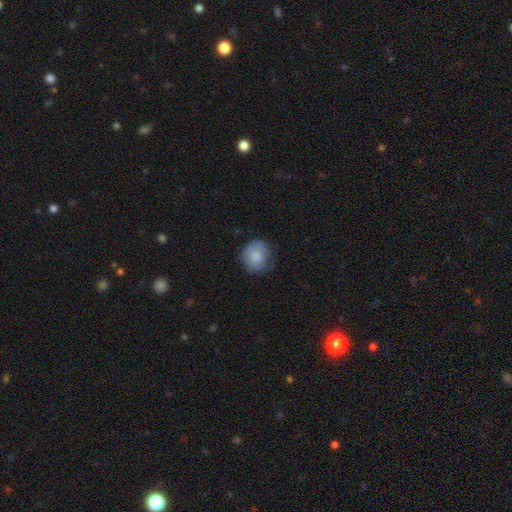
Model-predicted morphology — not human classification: type=smooth (81%); roundness=round (75%); merging=none (70%).